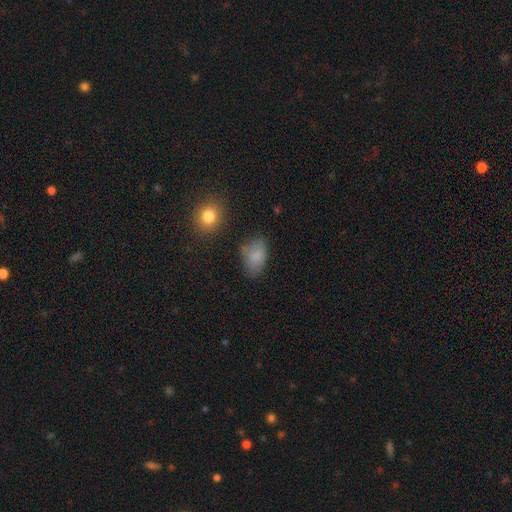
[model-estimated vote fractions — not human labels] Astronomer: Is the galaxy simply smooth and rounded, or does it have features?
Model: smooth — 81%.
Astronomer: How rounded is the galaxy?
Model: in between — 86%.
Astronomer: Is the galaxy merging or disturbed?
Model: none — 62%.